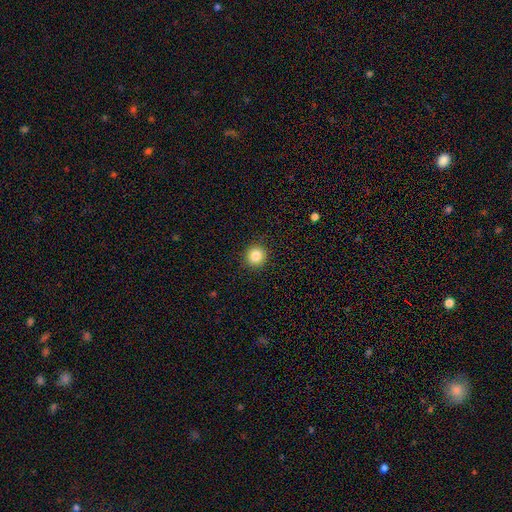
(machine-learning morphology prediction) This is clearly a smooth galaxy (85%). How rounded: clearly round (93%). Merging: clearly none (92%).